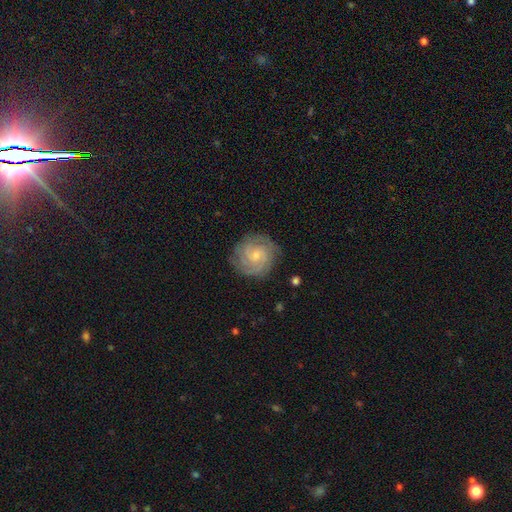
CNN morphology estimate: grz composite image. It shows a featured or disk galaxy (81%) with no bar (63%), 2 (31%) tight (70%) spiral arms (96%) and a small central bulge (64%). Merging: none (82%).